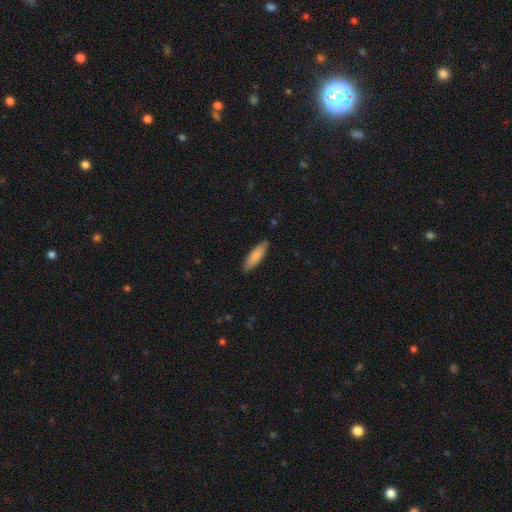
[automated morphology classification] smooth 82%, featured or disk 12%, star or artifact 5%. Down the decision tree: how rounded — cigar-shaped (52%); merging — none (85%).